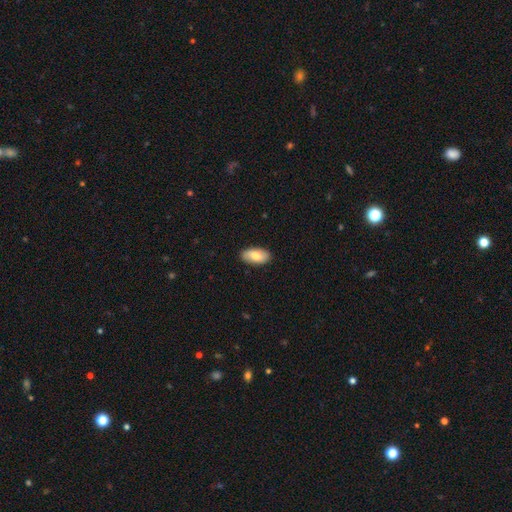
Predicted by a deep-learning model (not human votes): A smooth galaxy with no disk features (73%) that is in between round and cigar-shaped (93%). Merging: none (88%).